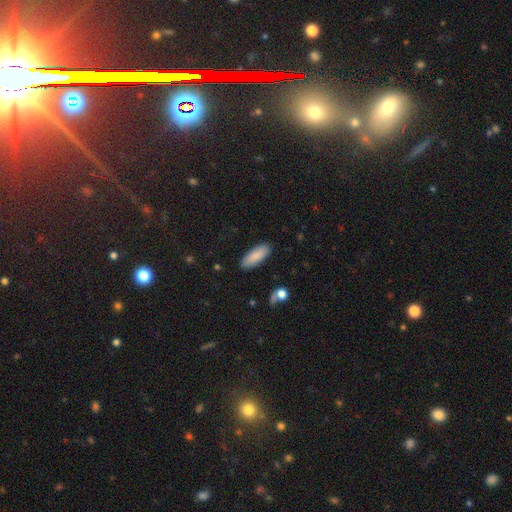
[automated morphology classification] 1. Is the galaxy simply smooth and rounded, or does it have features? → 87% smooth, 7% featured or disk, 6% star or artifact.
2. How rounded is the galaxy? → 67% in between, 32% cigar-shaped, 2% round.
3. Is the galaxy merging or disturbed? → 87% none, 9% minor disturbance, 2% major disturbance, 2% merger.